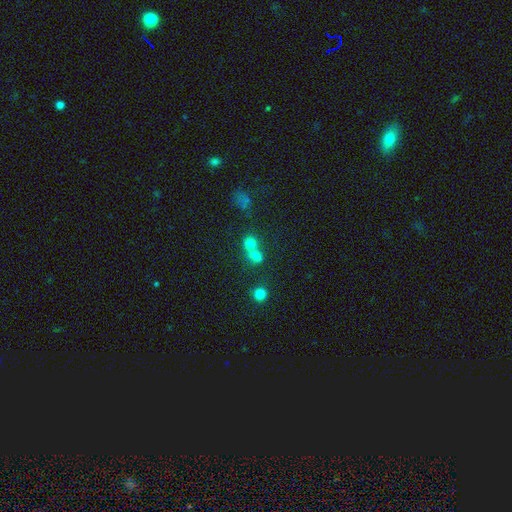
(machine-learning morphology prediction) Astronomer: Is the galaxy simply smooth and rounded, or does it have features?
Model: smooth — 71%.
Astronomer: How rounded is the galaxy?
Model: round — 67%.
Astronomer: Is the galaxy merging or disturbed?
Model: merger — 57% (runner-up: none, 33%).